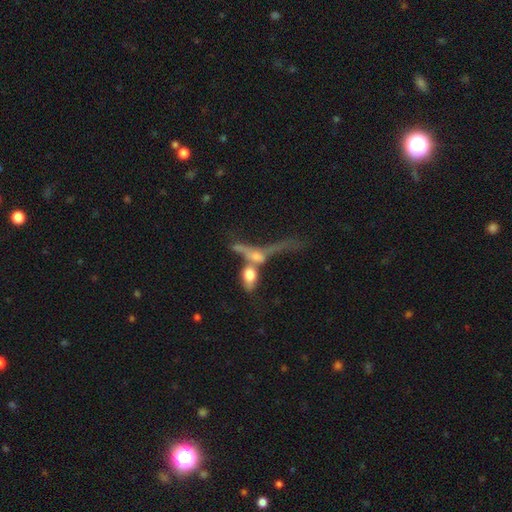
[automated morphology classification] A smooth galaxy with no disk features (47%). Merging: merger (63%).